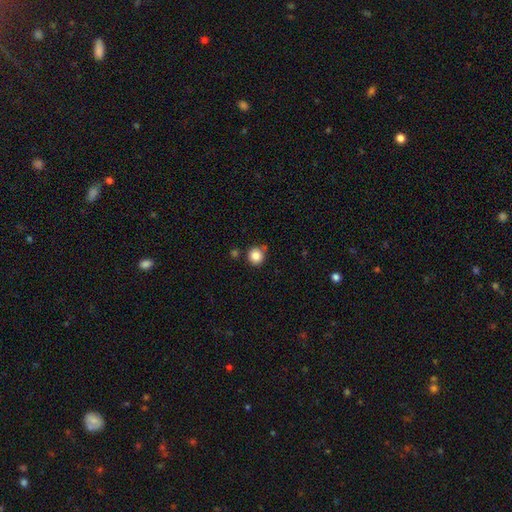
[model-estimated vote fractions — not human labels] smooth 85%, star or artifact 10%, featured or disk 4%. Down the decision tree: how rounded — round (92%); merging — none (75%).